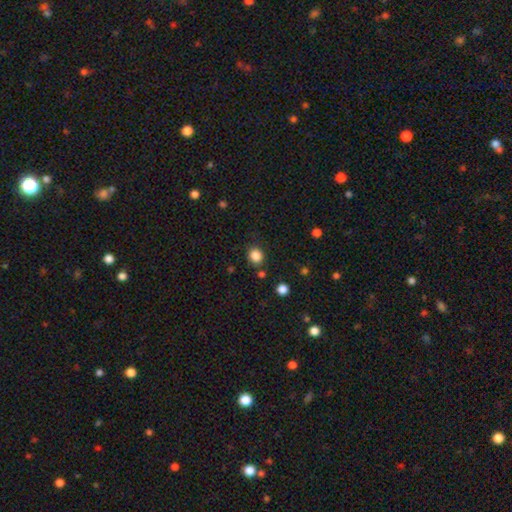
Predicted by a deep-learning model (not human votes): Smooth or featured?
  - smooth: 85% *
  - star or artifact: 12%
  - featured or disk: 4%
How rounded?
  - round: 77% *
  - in between: 22%
  - cigar-shaped: 1%
Merging?
  - none: 84% *
  - minor disturbance: 9%
  - merger: 4%
  - major disturbance: 3%